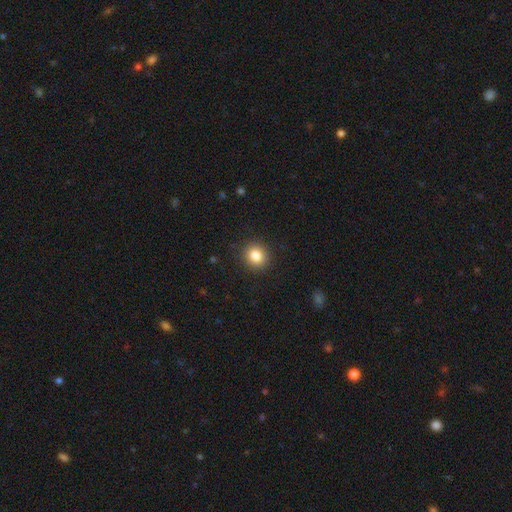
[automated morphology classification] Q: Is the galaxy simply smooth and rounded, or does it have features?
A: smooth — 84%.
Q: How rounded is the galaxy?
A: round — 82%.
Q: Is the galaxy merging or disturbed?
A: none — 90%.